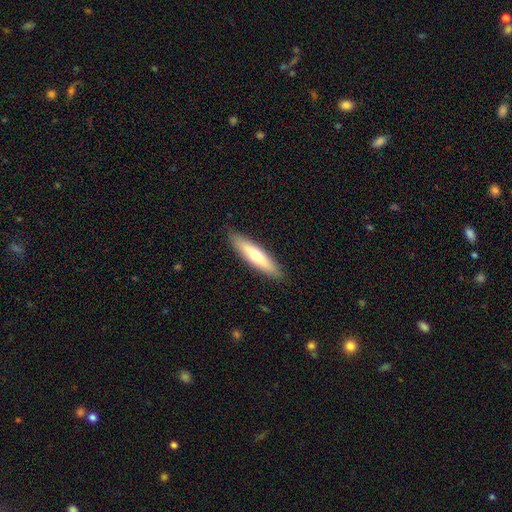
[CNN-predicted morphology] Overall: smooth (56%; featured or disk 38%). How rounded: cigar-shaped (79%). Merging: none (89%).